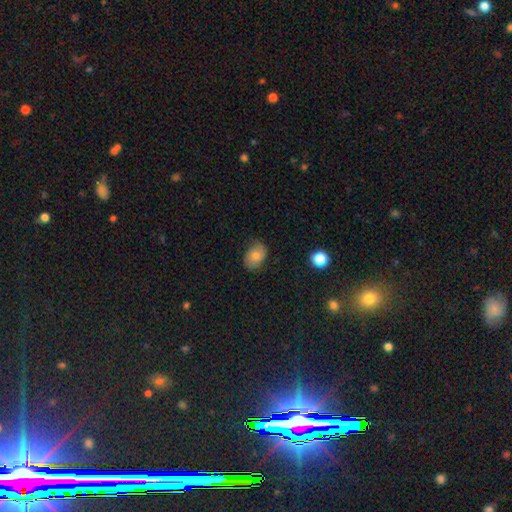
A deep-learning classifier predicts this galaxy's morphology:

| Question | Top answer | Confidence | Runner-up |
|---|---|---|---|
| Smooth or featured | smooth | 79% | featured or disk (12%) |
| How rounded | in between | 79% | round (20%) |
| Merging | none | 76% | minor disturbance (19%) |